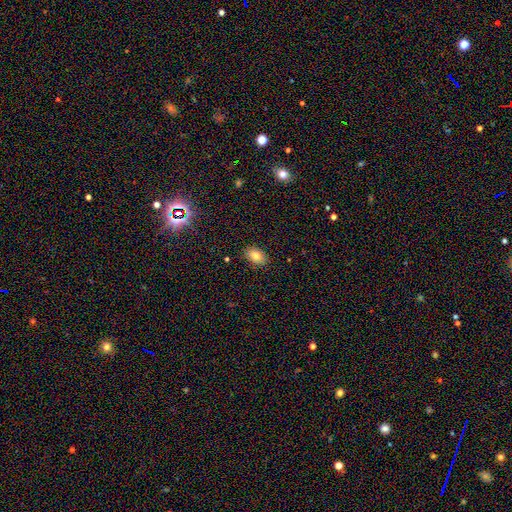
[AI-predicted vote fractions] Smooth or featured? smooth (80%)
How rounded? in between (85%)
Merging? none (87%)